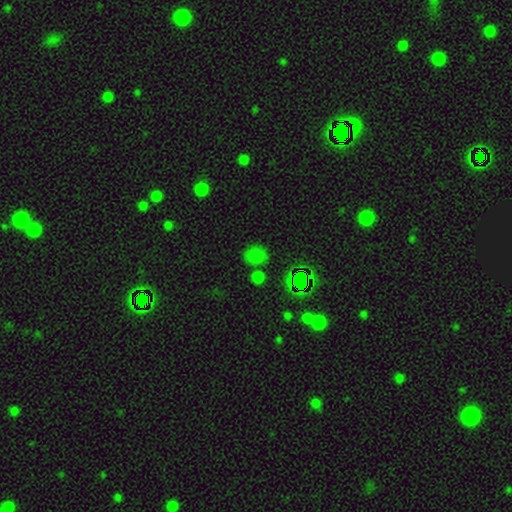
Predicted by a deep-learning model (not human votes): A smooth galaxy with no disk features (66%) that is round (73%). Merging: none (74%).